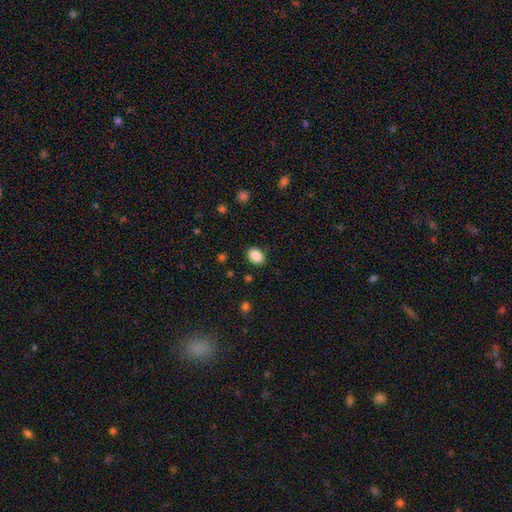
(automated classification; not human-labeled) The model was most divided on "how rounded": in between: 69%, round: 30%, cigar-shaped: 1%. More confident: smooth or featured — smooth (87%); merging — none (87%).